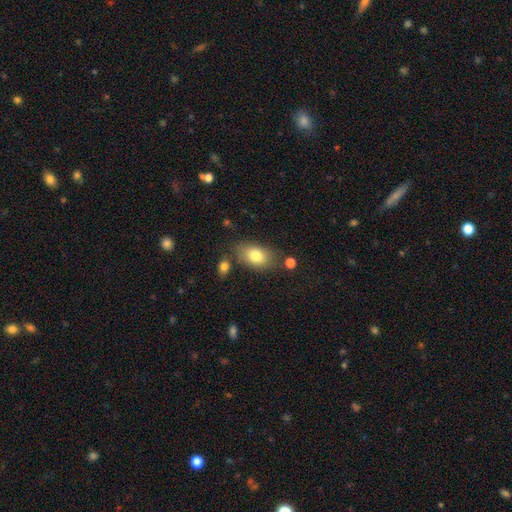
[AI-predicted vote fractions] smooth 80%, featured or disk 11%, star or artifact 8%. Down the decision tree: how rounded — in between (87%); merging — none (73%).